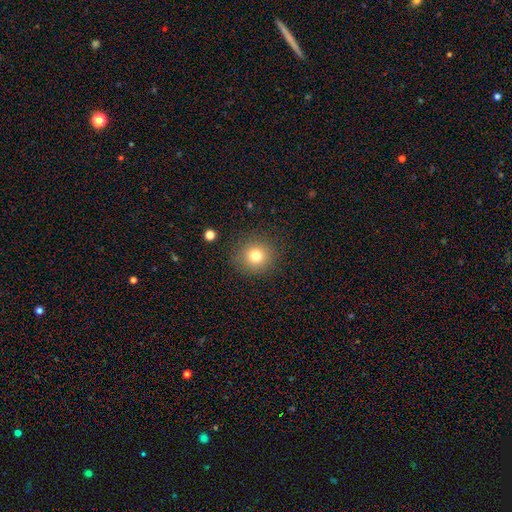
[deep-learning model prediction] Q: Smooth or featured?
A: smooth (78%); runner-up: star or artifact (13%)
Q: How rounded?
A: round (92%); runner-up: in between (7%)
Q: Merging?
A: none (88%); runner-up: minor disturbance (7%)